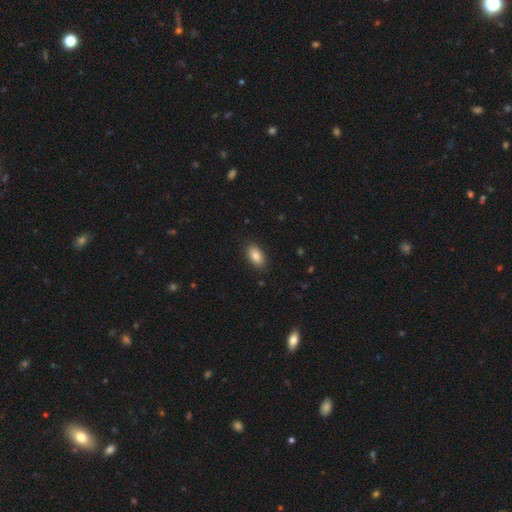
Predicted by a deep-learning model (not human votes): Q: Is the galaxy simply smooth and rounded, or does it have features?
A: smooth — 85%.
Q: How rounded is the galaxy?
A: in between — 92%.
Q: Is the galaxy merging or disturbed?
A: none — 87%.